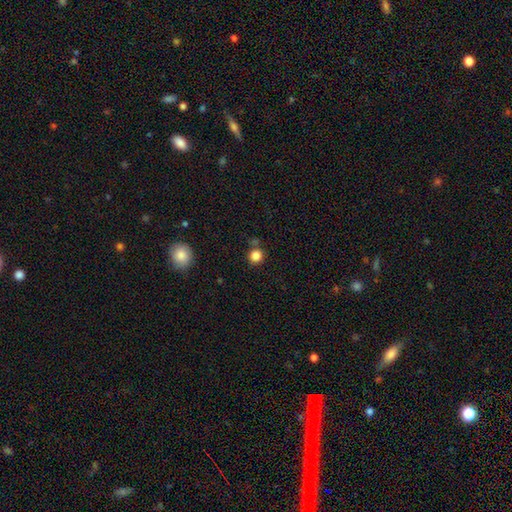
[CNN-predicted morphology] smooth_or_featured: smooth (p=0.85) [alt: star or artifact p=0.11]
how_rounded: round (p=0.90) [alt: in between p=0.09]
merging: none (p=0.75) [alt: merger p=0.11]